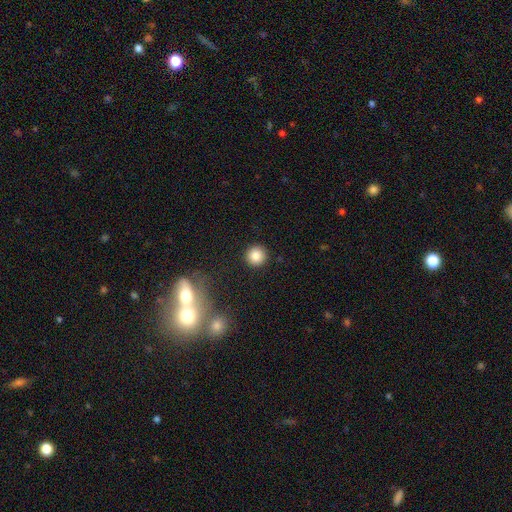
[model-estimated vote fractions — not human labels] smooth_or_featured: smooth (p=0.84) [alt: star or artifact p=0.11]
how_rounded: round (p=0.95) [alt: in between p=0.04]
merging: none (p=0.91) [alt: minor disturbance p=0.05]